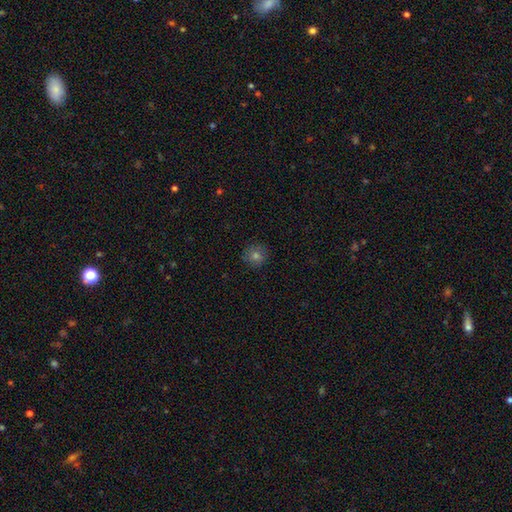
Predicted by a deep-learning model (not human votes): smooth 73%, star or artifact 16%, featured or disk 11%. Down the decision tree: how rounded — round (93%); merging — none (89%).